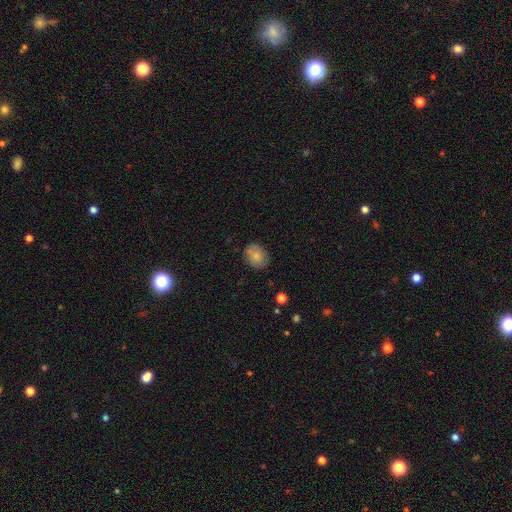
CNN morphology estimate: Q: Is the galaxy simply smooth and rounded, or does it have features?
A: smooth — 75%.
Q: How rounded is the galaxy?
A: in between — 51%.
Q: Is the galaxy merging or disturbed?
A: none — 78%.